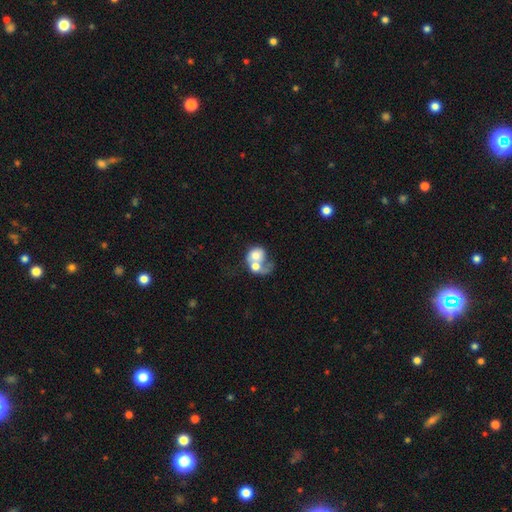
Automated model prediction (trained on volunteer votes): Morphology: type=smooth (52%); roundness=round (60%); merging=merger (72%).